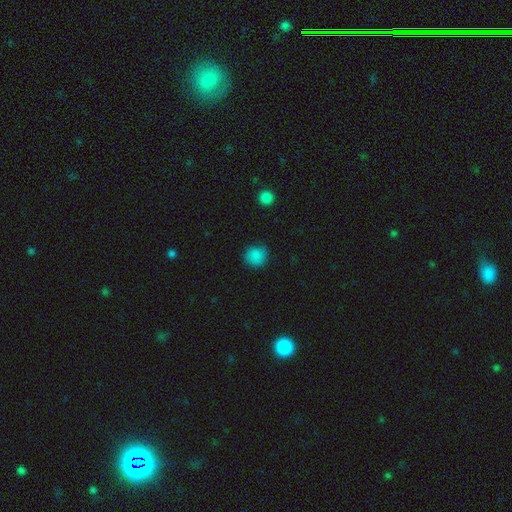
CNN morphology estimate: Smooth or featured? smooth (85%)
How rounded? round (90%)
Merging? none (83%)